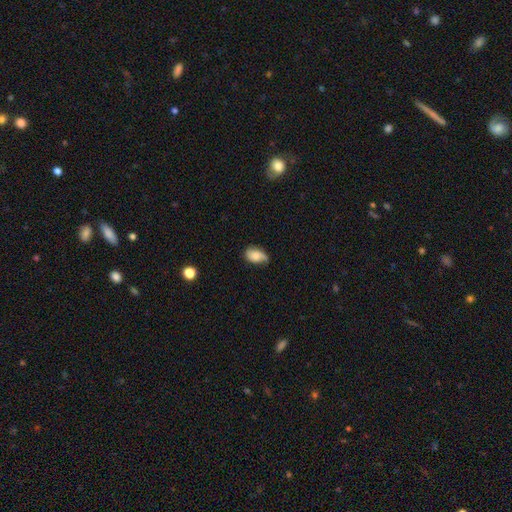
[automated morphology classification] Smooth or featured: smooth — 64% (featured or disk — 27%)
How rounded: in between — 86% (round — 12%)
Merging: none — 57% (minor disturbance — 34%)